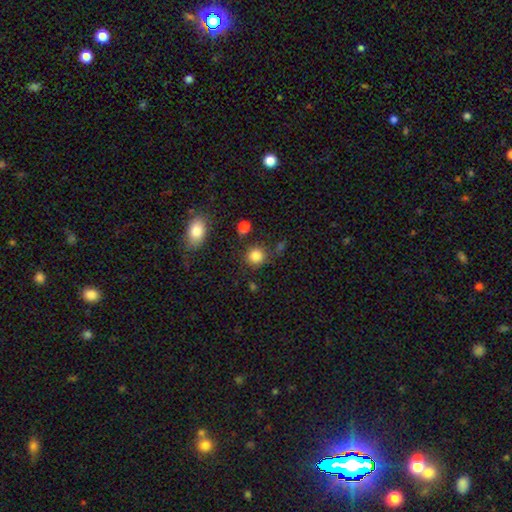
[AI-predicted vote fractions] Q: Smooth or featured?
A: smooth (85%); runner-up: star or artifact (11%)
Q: How rounded?
A: round (88%); runner-up: in between (11%)
Q: Merging?
A: none (81%); runner-up: minor disturbance (10%)